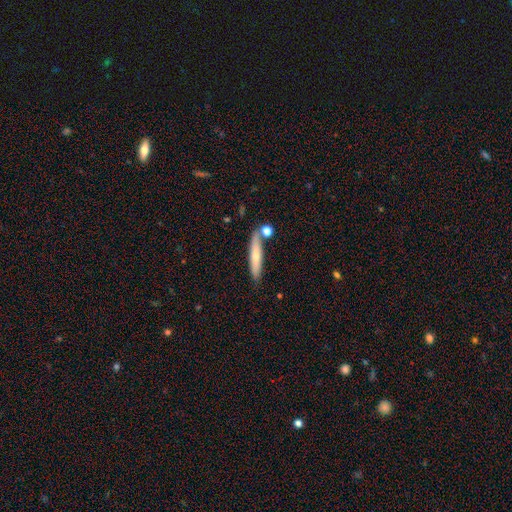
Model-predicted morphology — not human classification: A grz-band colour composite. It shows a smooth galaxy with no disk features (65%) that is cigar-shaped (90%). Merging: none (74%).